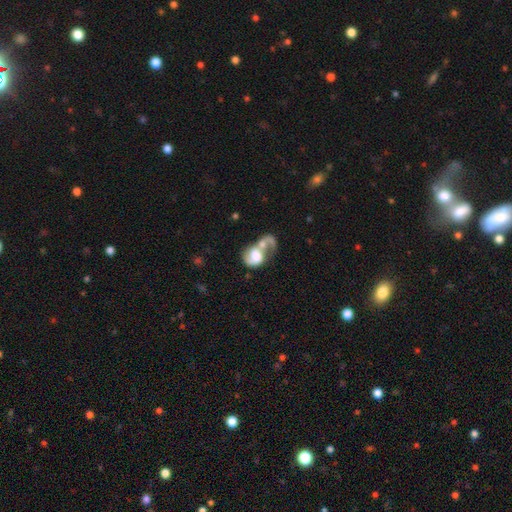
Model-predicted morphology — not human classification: smooth_or_featured: featured or disk (p=0.65) [alt: smooth p=0.27]
disk_edge_on: no (p=0.97) [alt: yes p=0.03]
bar: no (p=0.52) [alt: weak p=0.35]
has_spiral_arms: yes (p=0.78) [alt: no p=0.22]
bulge_size: large (p=0.39) [alt: moderate p=0.30]
merging: merger (p=0.53) [alt: major disturbance p=0.21]